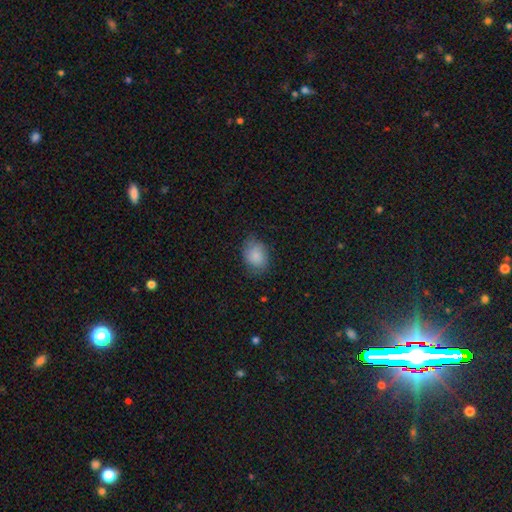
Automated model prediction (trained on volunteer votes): Morphology: type=smooth (83%); roundness=in between (60%); merging=none (70%).